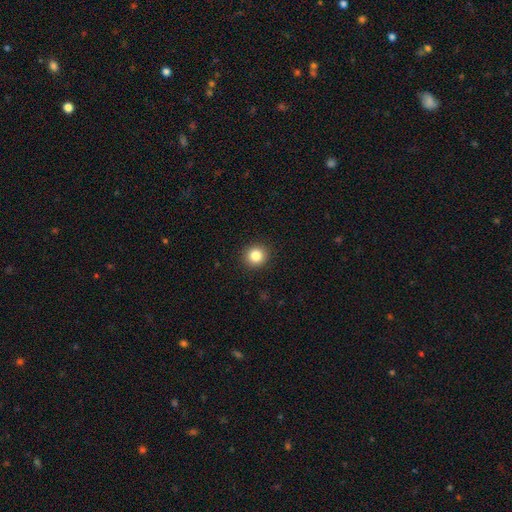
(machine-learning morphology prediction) smooth 84%, star or artifact 11%, featured or disk 5%. Down the decision tree: how rounded — round (93%); merging — none (92%).